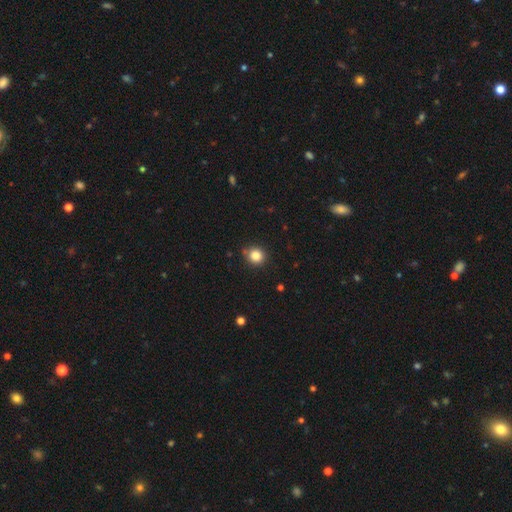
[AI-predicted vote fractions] Smooth or featured?
  - smooth: 83% *
  - star or artifact: 12%
  - featured or disk: 5%
How rounded?
  - round: 88% *
  - in between: 11%
  - cigar-shaped: 1%
Merging?
  - none: 84% *
  - minor disturbance: 11%
  - major disturbance: 2%
  - merger: 2%